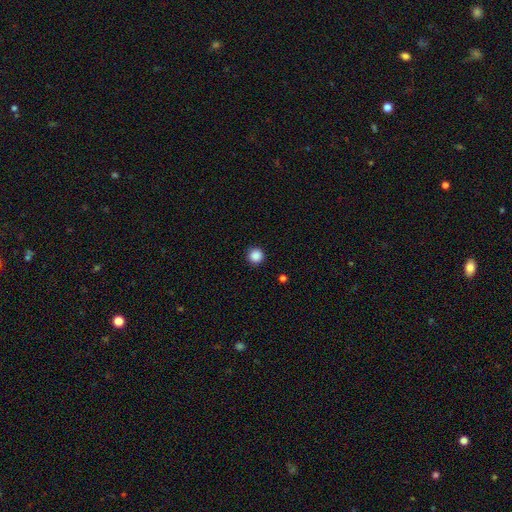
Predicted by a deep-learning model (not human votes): This appears to be a smooth galaxy with no disk features (88%) that is round (96%). Merging: none (93%).